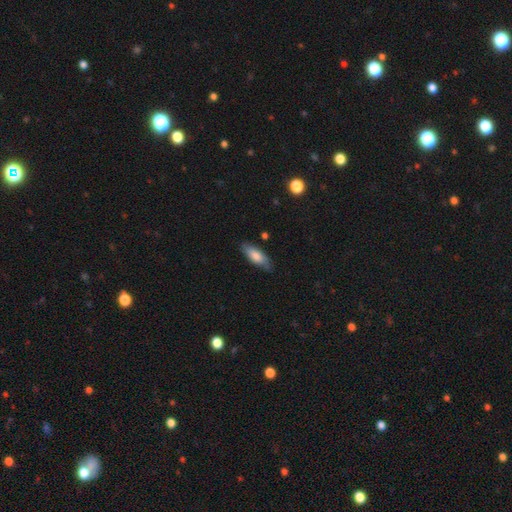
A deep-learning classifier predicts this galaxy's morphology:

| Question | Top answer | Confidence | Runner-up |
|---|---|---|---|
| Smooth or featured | smooth | 75% | featured or disk (19%) |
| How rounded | in between | 70% | cigar-shaped (28%) |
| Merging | none | 77% | minor disturbance (18%) |